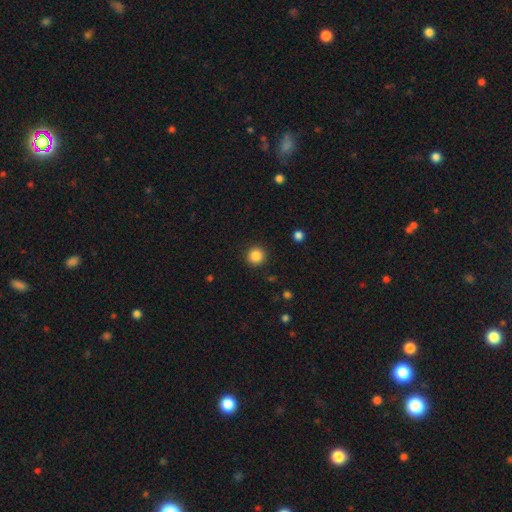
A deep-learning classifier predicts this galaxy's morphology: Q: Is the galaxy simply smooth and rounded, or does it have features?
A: smooth — 87%.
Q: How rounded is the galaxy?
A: round — 95%.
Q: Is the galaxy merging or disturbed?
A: none — 92%.